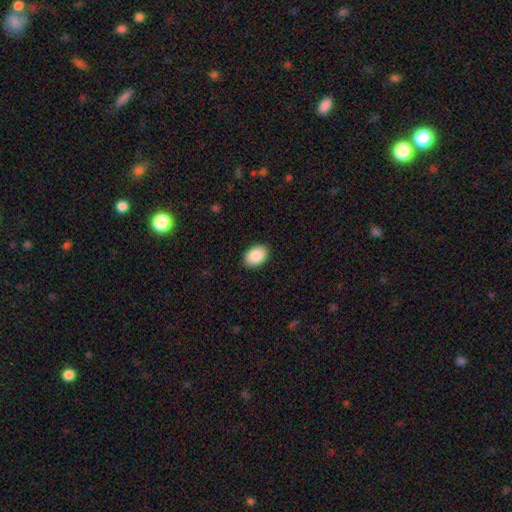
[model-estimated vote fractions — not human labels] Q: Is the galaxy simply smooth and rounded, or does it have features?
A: smooth — 89%.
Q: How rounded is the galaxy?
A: in between — 85%.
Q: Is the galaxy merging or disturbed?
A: none — 90%.